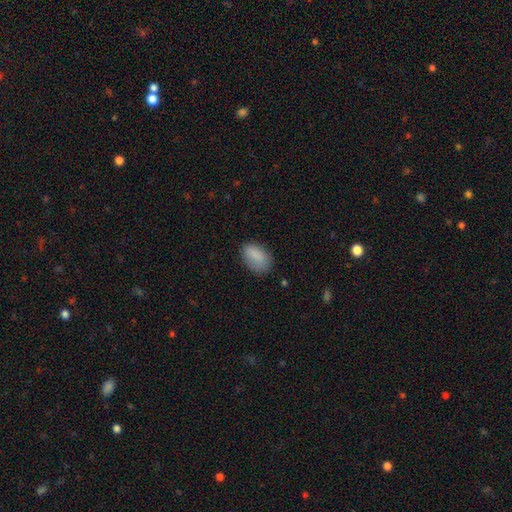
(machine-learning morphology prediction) smooth_or_featured: smooth (p=0.85) [alt: star or artifact p=0.08]
how_rounded: in between (p=0.89) [alt: round p=0.09]
merging: none (p=0.72) [alt: minor disturbance p=0.21]